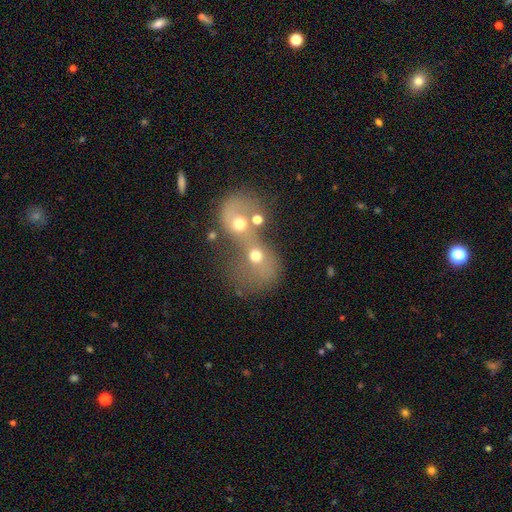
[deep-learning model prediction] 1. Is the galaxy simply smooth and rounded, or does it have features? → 52% smooth, 33% featured or disk, 15% star or artifact.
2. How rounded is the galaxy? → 66% round, 32% in between, 1% cigar-shaped.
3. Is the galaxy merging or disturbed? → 79% merger, 9% none, 8% major disturbance, 4% minor disturbance.